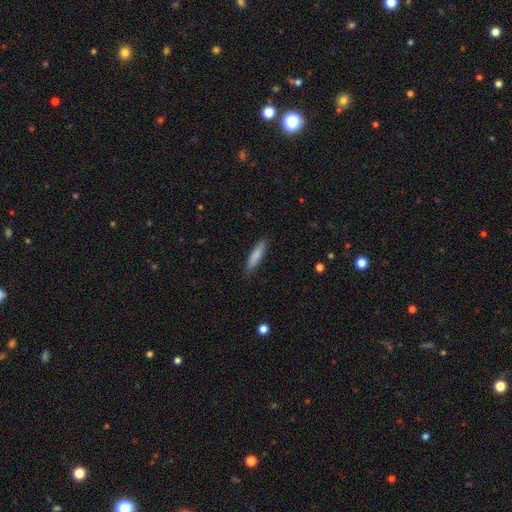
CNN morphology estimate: The model was most divided on "how rounded": cigar-shaped: 77%, in between: 21%, round: 1%. More confident: merging — none (84%); smooth or featured — smooth (84%).